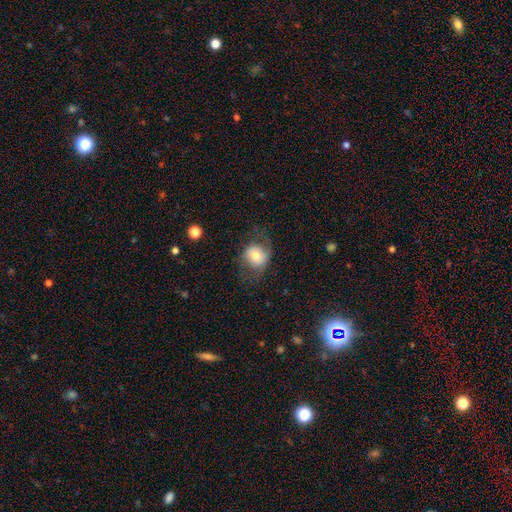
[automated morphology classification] A smooth galaxy with no disk features (64%) that is round (68%). Merging: none (56%).